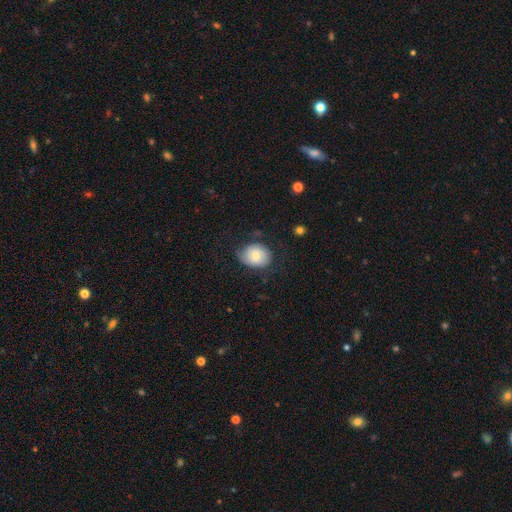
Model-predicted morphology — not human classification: This appears to be a smooth galaxy with no disk features (61%) that is in between round and cigar-shaped (54%). Merging: none (64%).